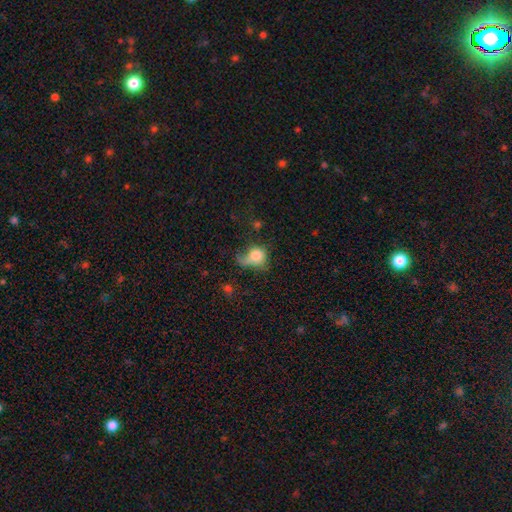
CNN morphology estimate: This appears to be a smooth galaxy with no disk features (73%) that is round (54%). Merging: major disturbance (38%).